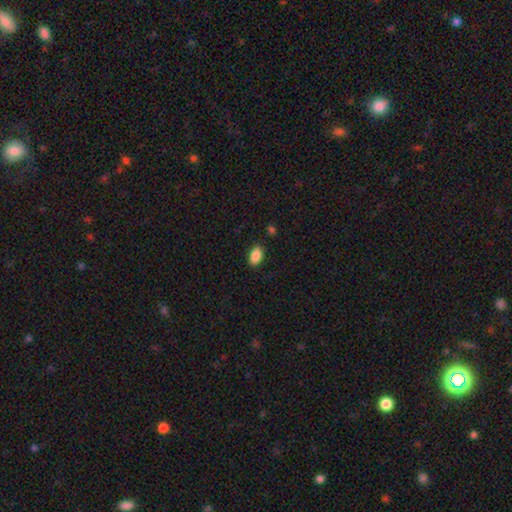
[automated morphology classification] A smooth galaxy with no disk features (88%) that is in between round and cigar-shaped (92%). Merging: none (86%).